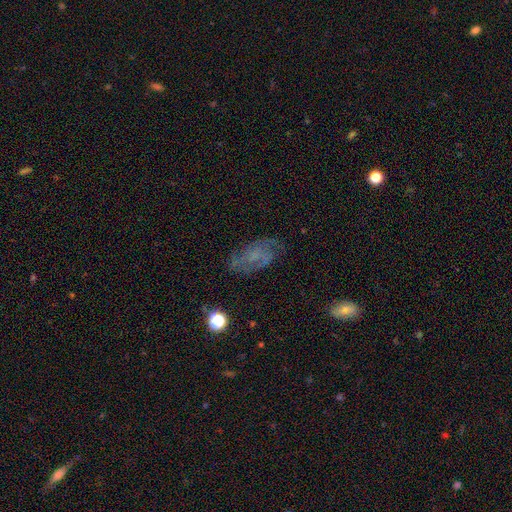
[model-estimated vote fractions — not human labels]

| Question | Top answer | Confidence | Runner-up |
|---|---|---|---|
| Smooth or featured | featured or disk | 57% | smooth (29%) |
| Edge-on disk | no | 95% | yes (5%) |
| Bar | no | 68% | weak (27%) |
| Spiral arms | yes | 77% | no (23%) |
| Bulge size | none | 49% | small (31%) |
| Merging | none | 67% | minor disturbance (19%) |